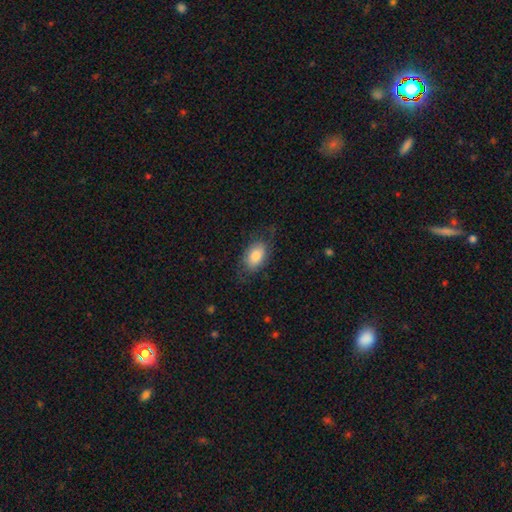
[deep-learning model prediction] This appears to be a smooth galaxy with no disk features (75%) that is in between round and cigar-shaped (91%). Merging: none (65%).